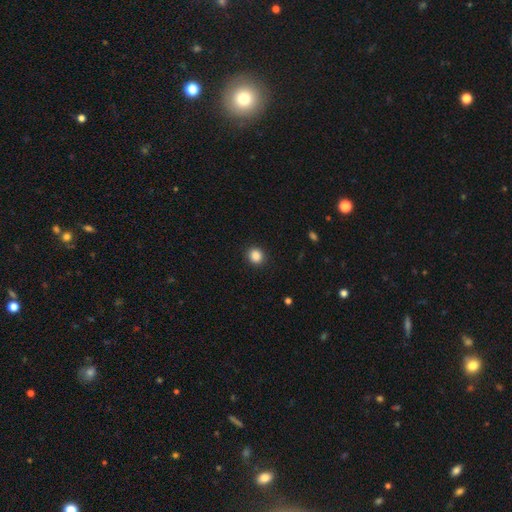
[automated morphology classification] Smooth or featured? Predicted: smooth (p=0.87). How rounded? Predicted: round (p=0.88). Merging? Predicted: none (p=0.91).